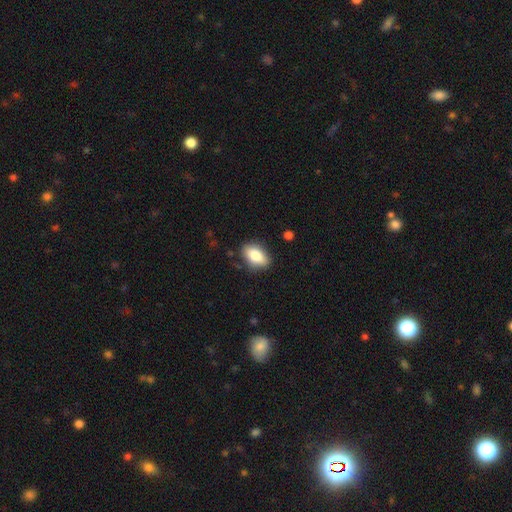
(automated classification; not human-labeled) Q: Smooth or featured?
A: smooth (83%); runner-up: featured or disk (10%)
Q: How rounded?
A: in between (89%); runner-up: round (8%)
Q: Merging?
A: none (82%); runner-up: minor disturbance (14%)